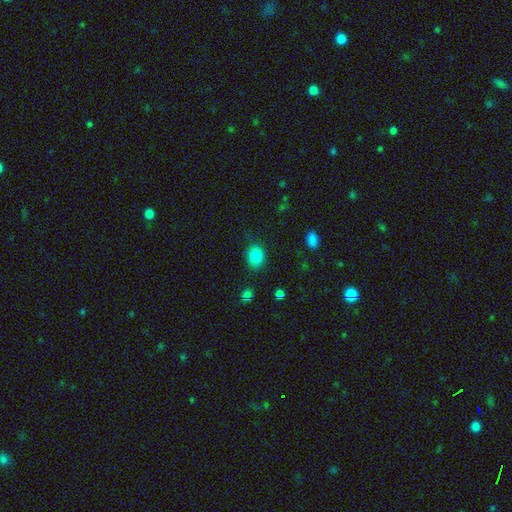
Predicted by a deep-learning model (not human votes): A smooth galaxy with no disk features (84%) that is in between round and cigar-shaped (52%).

Vote fractions:
- Smooth or featured? smooth: 84% / star or artifact: 10% / featured or disk: 6%
- How rounded? in between: 52% / round: 47% / cigar-shaped: 1%
- Merging? none: 83% / minor disturbance: 12% / major disturbance: 3% / merger: 2%